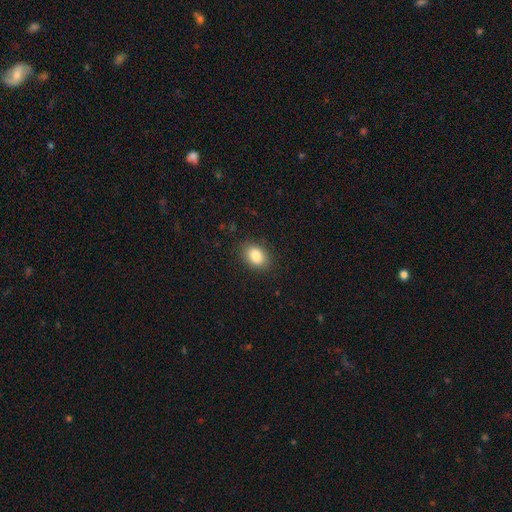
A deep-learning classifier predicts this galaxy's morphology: This appears to be a smooth galaxy with no disk features (86%) that is in between round and cigar-shaped (74%). Merging: none (86%).